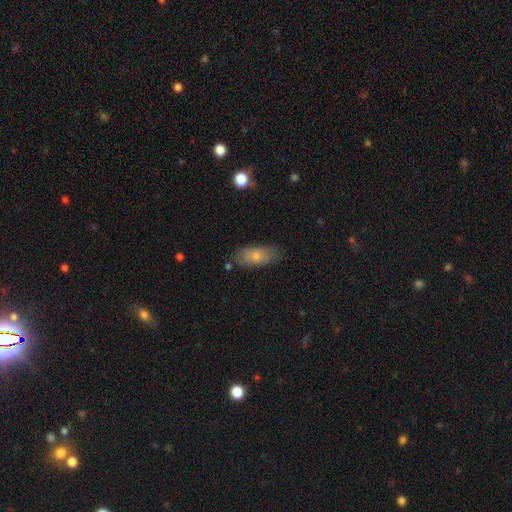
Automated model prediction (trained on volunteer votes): smooth 74%, featured or disk 20%, star or artifact 6%. Down the decision tree: how rounded — in between (84%); merging — none (73%).